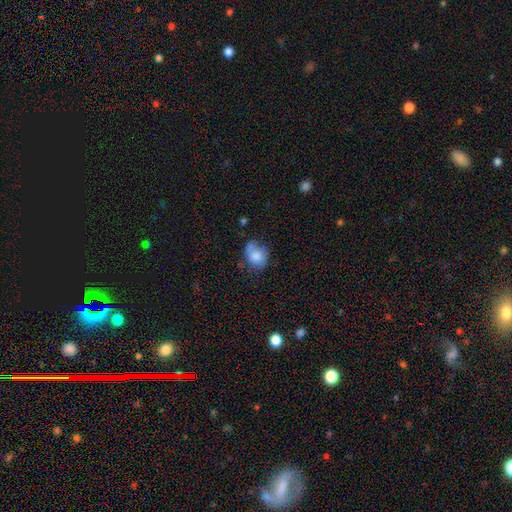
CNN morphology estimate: smooth 75%, featured or disk 17%, star or artifact 9%. Down the decision tree: how rounded — in between (50%); merging — none (44%).